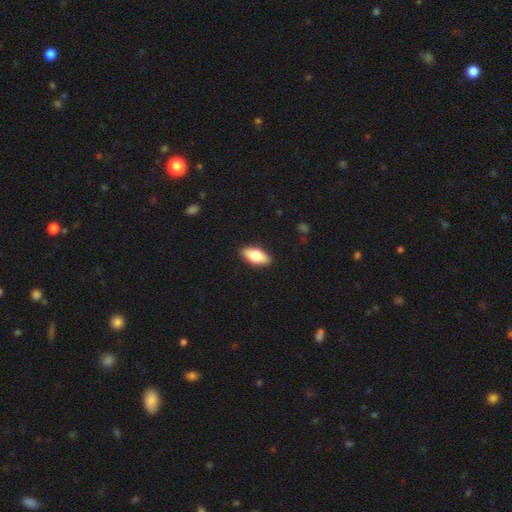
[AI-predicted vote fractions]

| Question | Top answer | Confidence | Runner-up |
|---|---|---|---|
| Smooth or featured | smooth | 74% | featured or disk (20%) |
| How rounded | in between | 85% | cigar-shaped (12%) |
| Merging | none | 89% | minor disturbance (8%) |